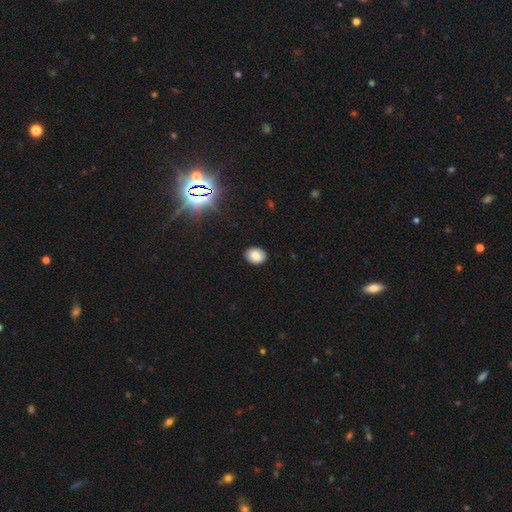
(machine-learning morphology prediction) smooth 83%, star or artifact 11%, featured or disk 6%. Down the decision tree: how rounded — in between (62%); merging — none (89%).